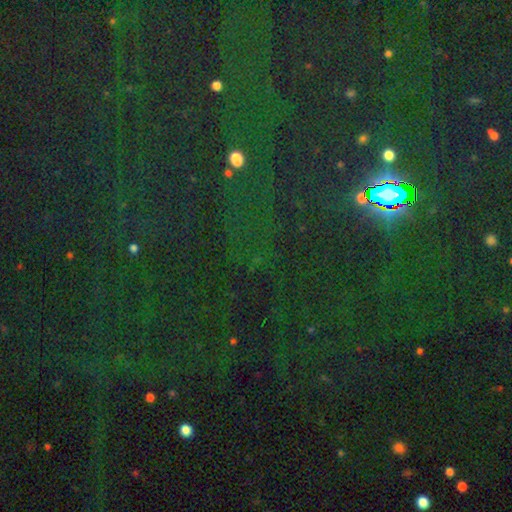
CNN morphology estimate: A star or artifact, not a galaxy (84%).